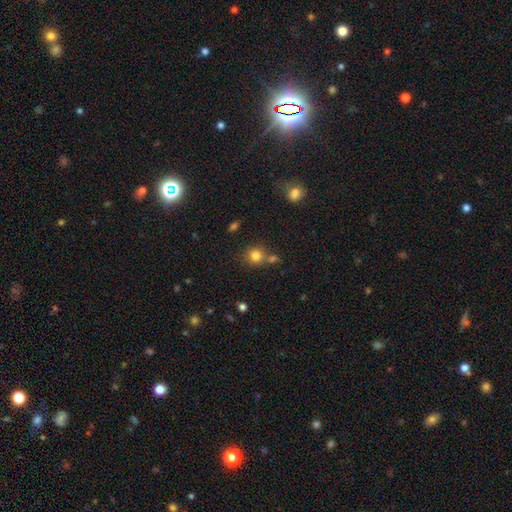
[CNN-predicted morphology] smooth_or_featured: smooth (p=0.80) [alt: star or artifact p=0.13]
how_rounded: round (p=0.86) [alt: in between p=0.13]
merging: none (p=0.63) [alt: merger p=0.23]